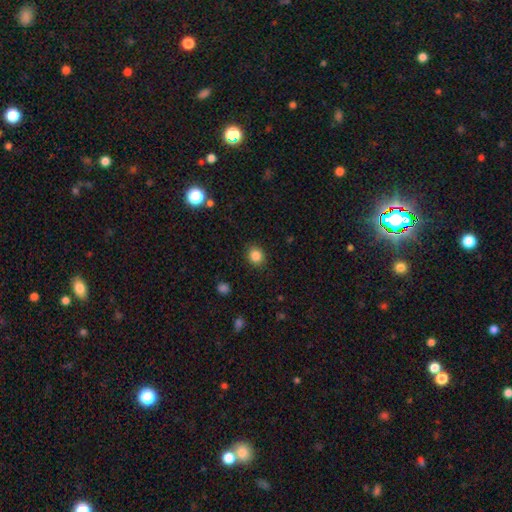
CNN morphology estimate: Overall: smooth (85%). How rounded: round (78%). Merging: none (88%).